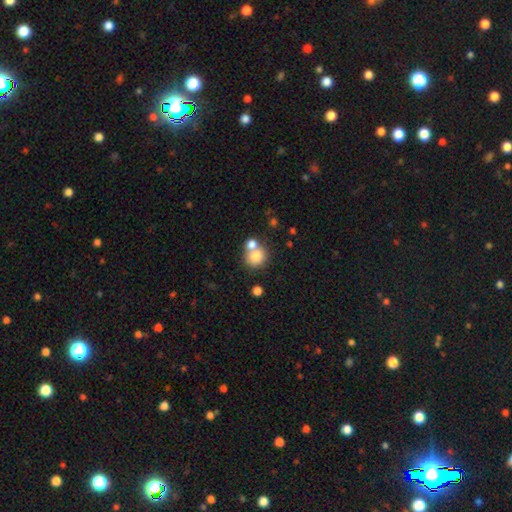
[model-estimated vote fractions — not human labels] Smooth or featured: smooth — 80% (featured or disk — 10%)
How rounded: round — 85% (in between — 14%)
Merging: none — 48% (merger — 40%)